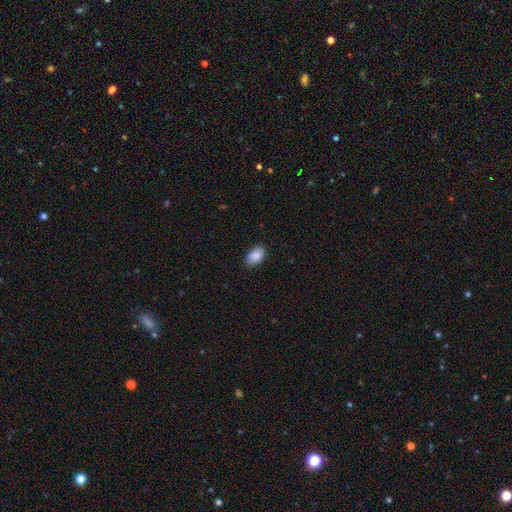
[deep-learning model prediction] This is clearly a smooth galaxy (88%). How rounded: clearly in between (91%). Merging: clearly none (86%).